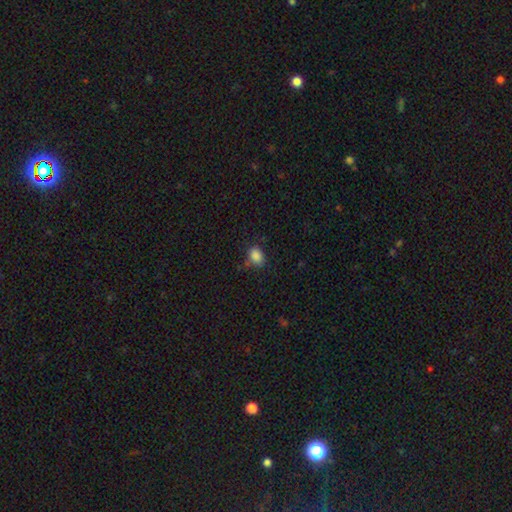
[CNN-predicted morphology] This appears to be a smooth galaxy with no disk features (87%) that is in between round and cigar-shaped (69%). Merging: none (72%).